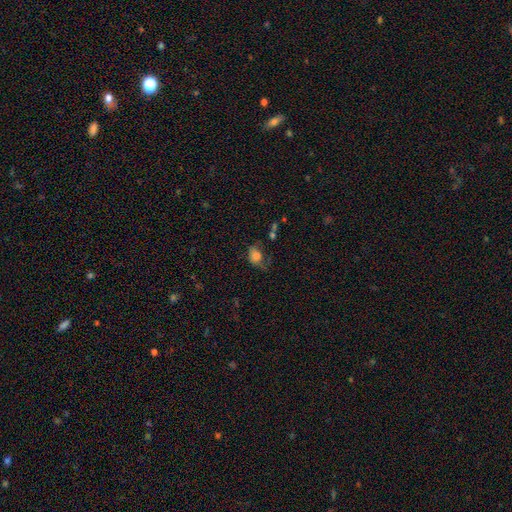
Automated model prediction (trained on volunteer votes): Smooth or featured? smooth (70%)
How rounded? in between (66%)
Merging? major disturbance (35%)